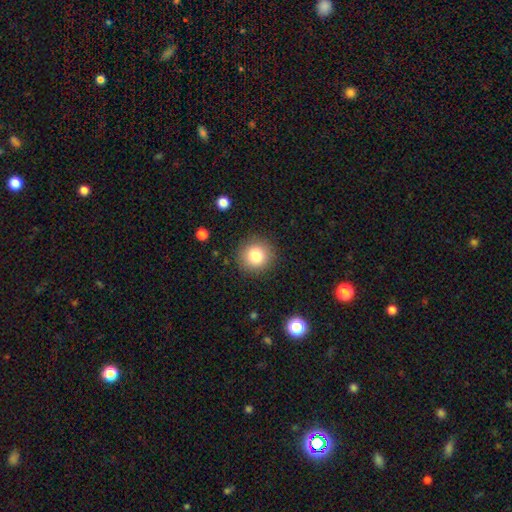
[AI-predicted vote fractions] Smooth or featured? smooth (81%)
How rounded? round (92%)
Merging? none (89%)